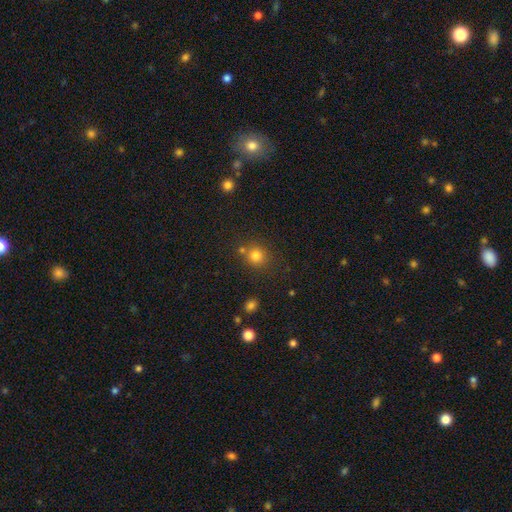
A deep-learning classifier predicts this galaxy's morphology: This is likely a smooth galaxy (79%). How rounded: clearly round (89%). Merging: likely none (71%).